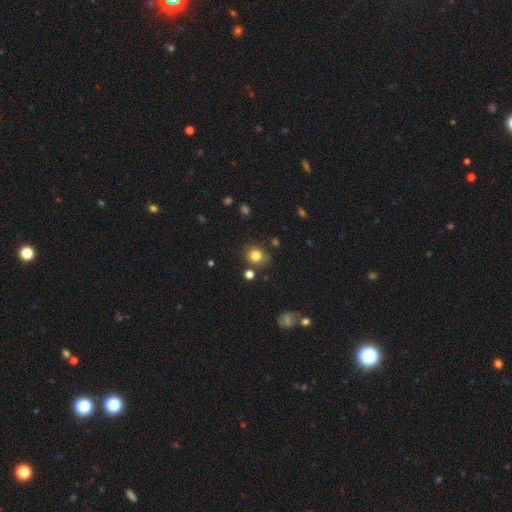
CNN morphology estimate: type=smooth (80%); roundness=round (75%); merging=none (75%).